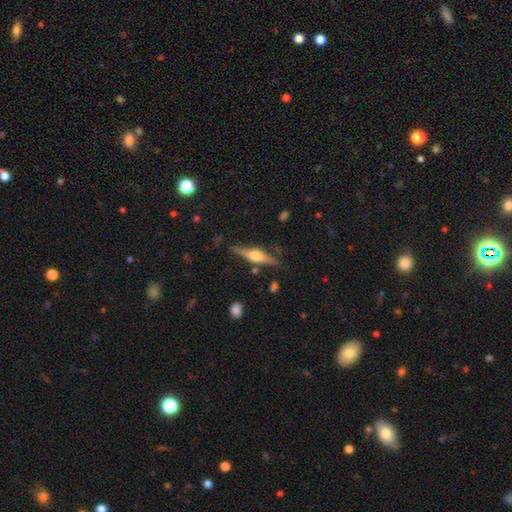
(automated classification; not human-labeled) Smooth or featured? featured or disk (70%)
Edge-on disk? yes (97%)
Edge-on bulge? rounded (92%)
Merging? none (82%)